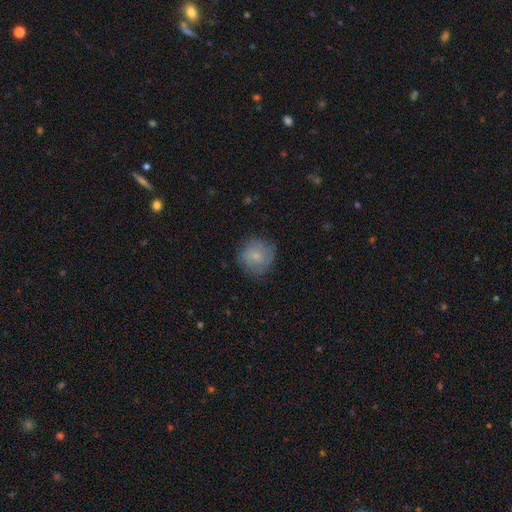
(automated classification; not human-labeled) smooth 64%, featured or disk 29%, star or artifact 7%. Down the decision tree: how rounded — round (90%); merging — none (74%).